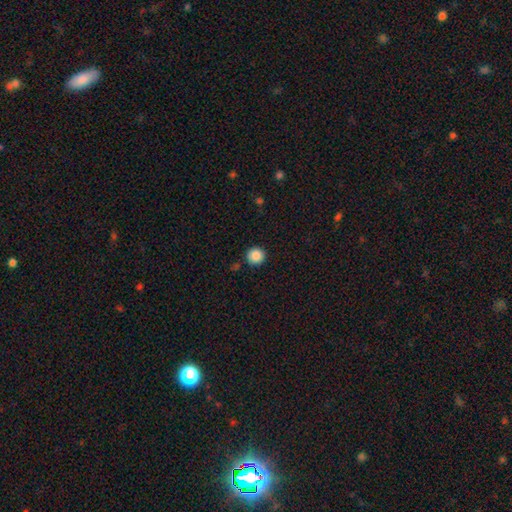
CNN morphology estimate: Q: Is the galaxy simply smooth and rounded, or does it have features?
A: smooth — 88%.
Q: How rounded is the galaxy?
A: round — 94%.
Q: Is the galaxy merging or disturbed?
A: none — 90%.